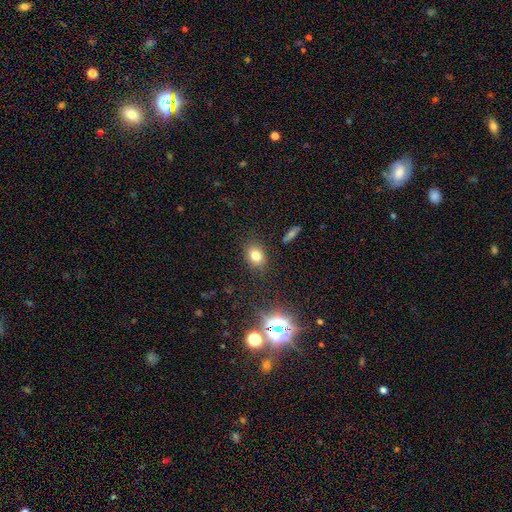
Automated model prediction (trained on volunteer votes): smooth-or-featured: smooth: 76% | star or artifact: 16% | featured or disk: 9%
  how-rounded: in between: 53% | round: 45% | cigar-shaped: 1%
  merging: none: 85% | minor disturbance: 10% | major disturbance: 3% | merger: 2%